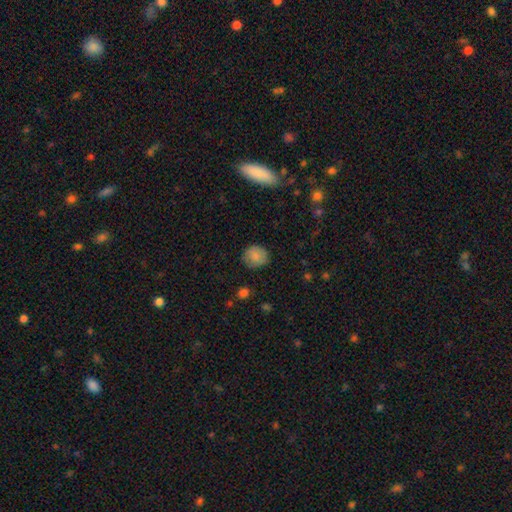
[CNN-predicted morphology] A smooth galaxy with no disk features (83%) that is round (80%). Merging: none (80%).